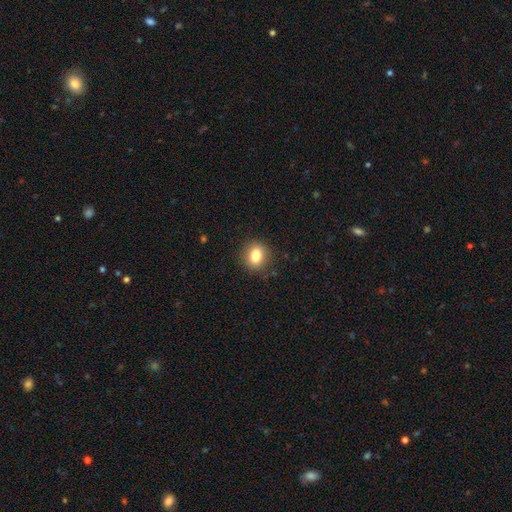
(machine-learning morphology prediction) type=smooth (83%); roundness=round (59%); merging=none (87%).